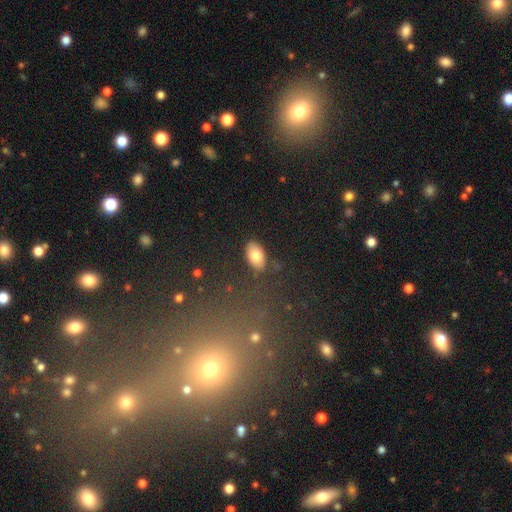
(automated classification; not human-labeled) Smooth or featured: smooth — 80% (featured or disk — 12%)
How rounded: in between — 93% (round — 5%)
Merging: none — 84% (minor disturbance — 11%)